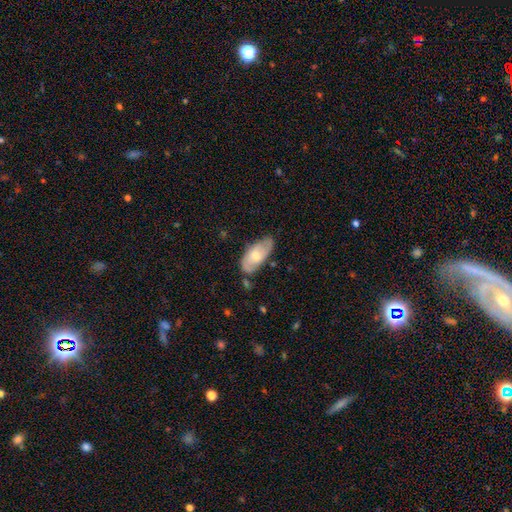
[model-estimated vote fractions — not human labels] A smooth galaxy with no disk features (54%) that is in between round and cigar-shaped (90%). Merging: none (61%).